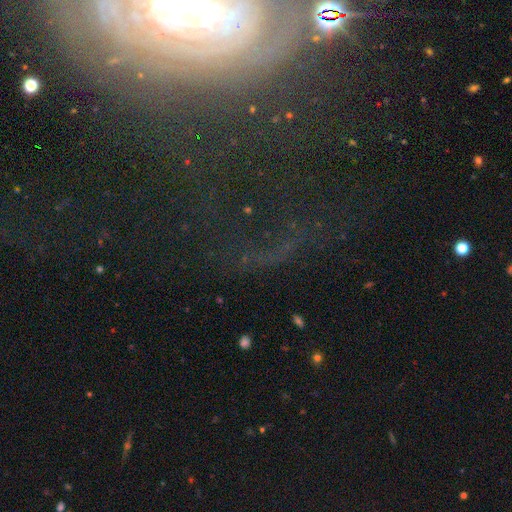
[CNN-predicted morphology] Smooth or featured? Predicted: star or artifact (p=0.64).